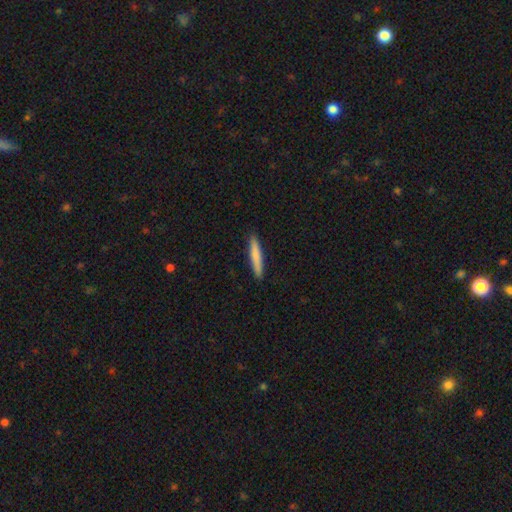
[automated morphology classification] This is likely a smooth galaxy (78%). How rounded: clearly cigar-shaped (94%). Merging: clearly none (92%).